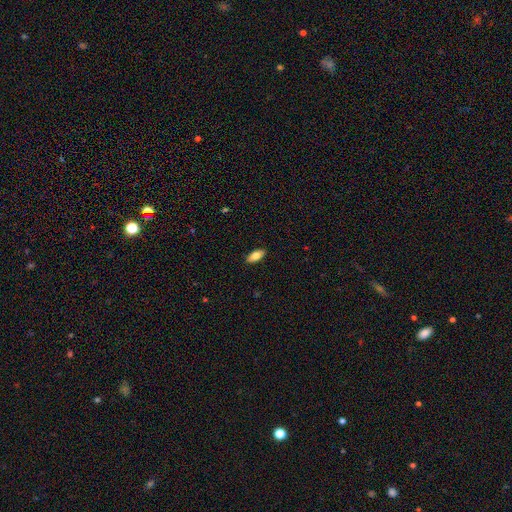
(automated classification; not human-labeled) Smooth or featured?
  - smooth: 76% *
  - featured or disk: 18%
  - star or artifact: 6%
How rounded?
  - in between: 84% *
  - cigar-shaped: 14%
  - round: 3%
Merging?
  - none: 90% *
  - minor disturbance: 8%
  - major disturbance: 2%
  - merger: 1%